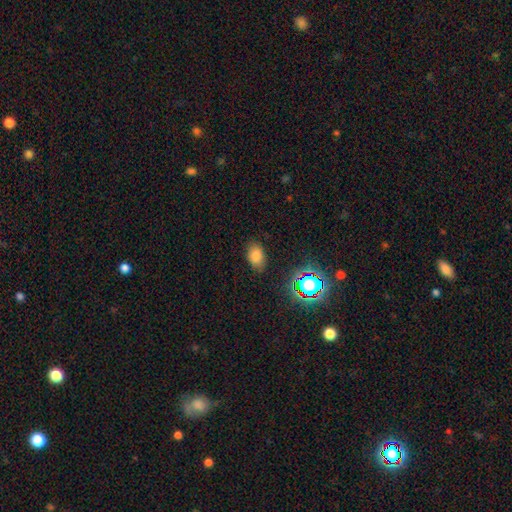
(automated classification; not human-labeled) This appears to be a smooth galaxy with no disk features (76%) that is in between round and cigar-shaped (84%). Merging: none (82%).